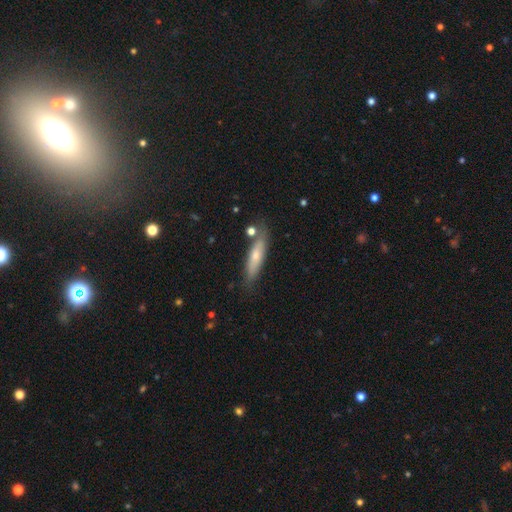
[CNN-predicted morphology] Smooth or featured: smooth — 62% (featured or disk — 32%)
How rounded: cigar-shaped — 79% (in between — 19%)
Merging: none — 77% (minor disturbance — 15%)